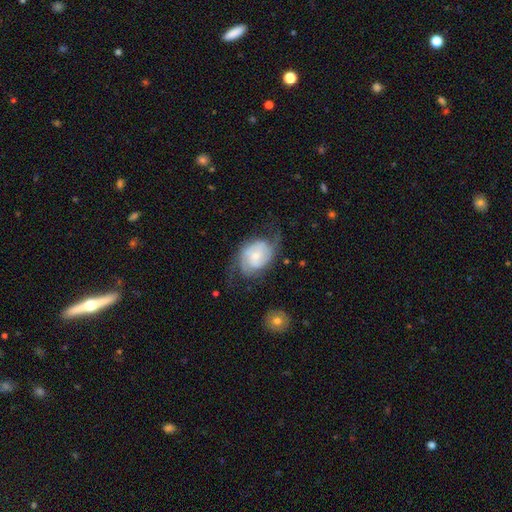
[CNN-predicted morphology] A featured or disk galaxy (76%) with no bar (56%), 2 (69%) medium (43%) spiral arms (92%) and a small central bulge (51%).

Vote fractions:
- Smooth or featured? featured or disk: 76% / smooth: 18% / star or artifact: 6%
- Edge-on disk? no: 97% / yes: 3%
- Bar? no: 56% / weak: 37% / strong: 7%
- Spiral arms? yes: 92% / no: 8%
- Spiral winding? medium: 43% / tight: 35% / loose: 22%
- Spiral arm count? 2: 69% / can't tell: 16% / 3: 7% / 1: 4% / 4: 2% / more than 4: 2%
- Bulge size? small: 51% / moderate: 39% / large: 5% / none: 3% / dominant: 1%
- Merging? none: 53% / minor disturbance: 23% / major disturbance: 22% / merger: 2%